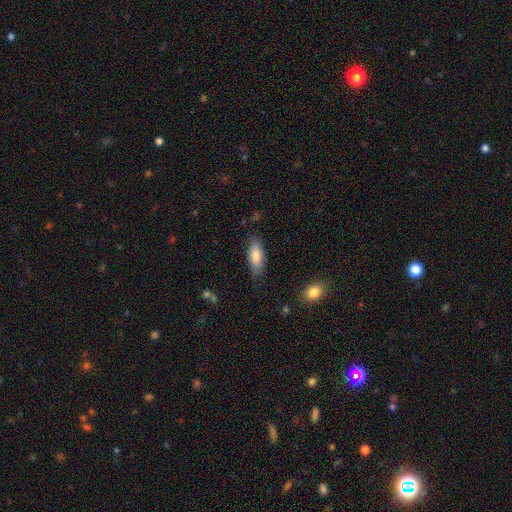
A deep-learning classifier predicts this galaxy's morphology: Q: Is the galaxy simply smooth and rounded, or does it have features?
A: smooth — 84%.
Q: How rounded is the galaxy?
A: in between — 74%.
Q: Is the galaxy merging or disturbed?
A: none — 81%.